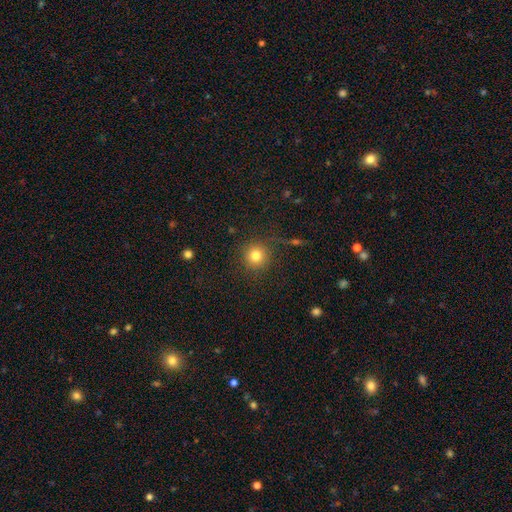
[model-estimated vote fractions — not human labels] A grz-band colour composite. It shows a smooth galaxy with no disk features (81%) that is round (94%). Merging: none (86%).